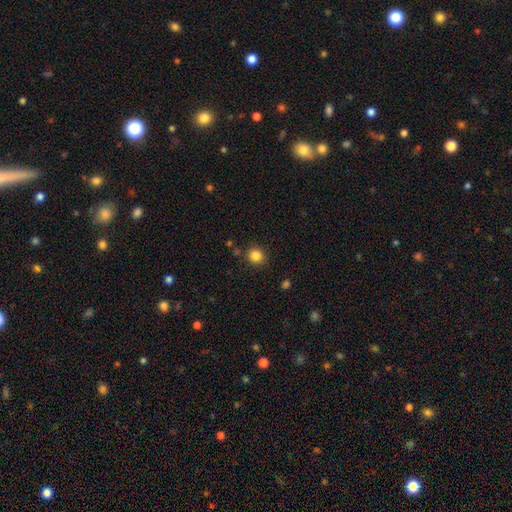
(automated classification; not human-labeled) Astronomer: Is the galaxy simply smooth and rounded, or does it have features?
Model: smooth — 85%.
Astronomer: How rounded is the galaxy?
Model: round — 86%.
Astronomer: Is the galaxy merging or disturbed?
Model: none — 87%.